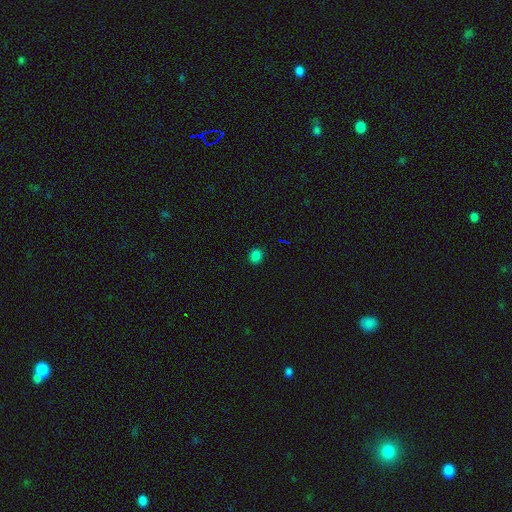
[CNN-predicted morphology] smooth 82%, star or artifact 15%, featured or disk 3%. Down the decision tree: how rounded — round (66%); merging — none (90%).